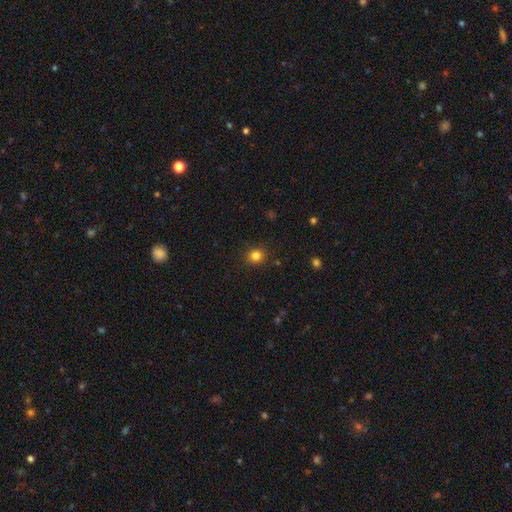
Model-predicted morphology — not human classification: type=smooth (83%); roundness=round (86%); merging=none (89%).